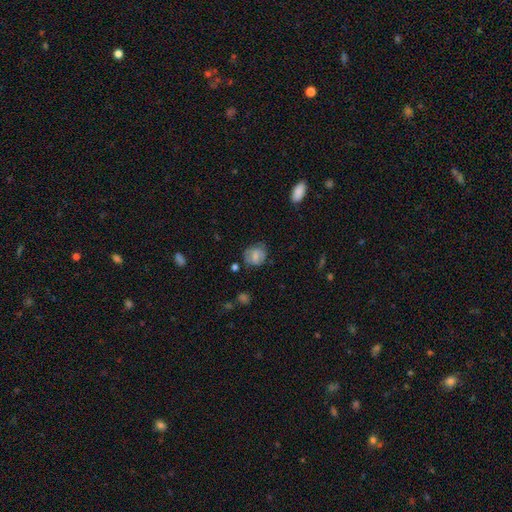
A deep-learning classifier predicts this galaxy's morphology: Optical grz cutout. It shows a smooth galaxy with no disk features (65%) that is round (65%). Merging: none (63%).